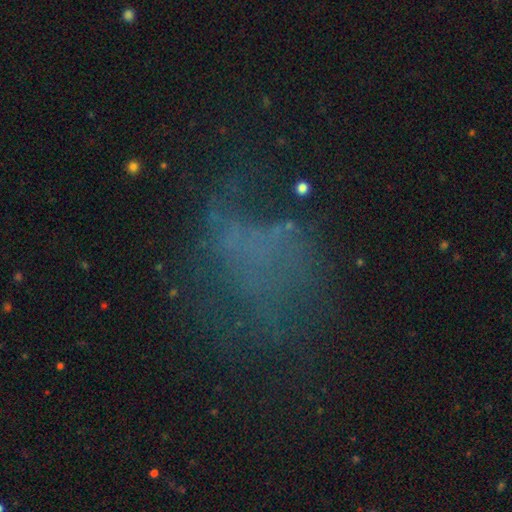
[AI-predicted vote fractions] Smooth or featured? Predicted: featured or disk (p=0.37). Merging? Predicted: none (p=0.46).